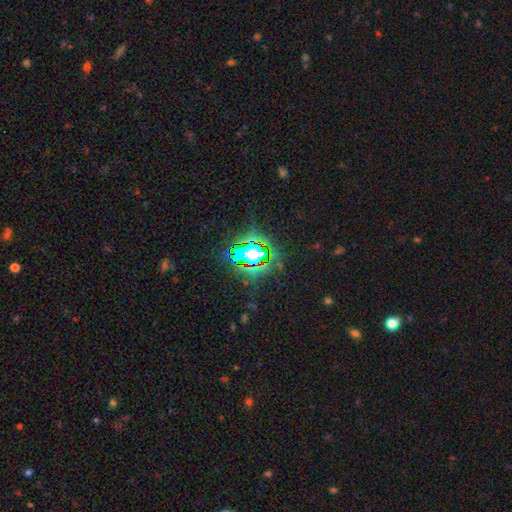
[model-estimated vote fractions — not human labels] Smooth or featured?
  - star or artifact: 65% *
  - smooth: 23%
  - featured or disk: 12%